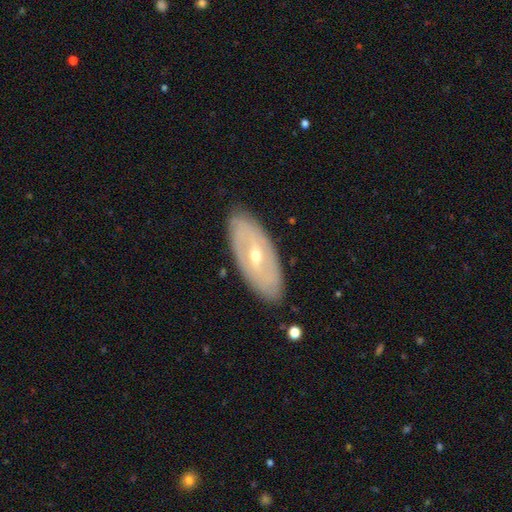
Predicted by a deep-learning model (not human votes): smooth_or_featured: featured or disk (p=0.71) [alt: smooth p=0.24]
disk_edge_on: no (p=0.83) [alt: yes p=0.17]
bar: weak (p=0.45) [alt: no p=0.31]
has_spiral_arms: yes (p=0.55) [alt: no p=0.45]
bulge_size: moderate (p=0.50) [alt: small p=0.47]
merging: none (p=0.84) [alt: minor disturbance p=0.12]